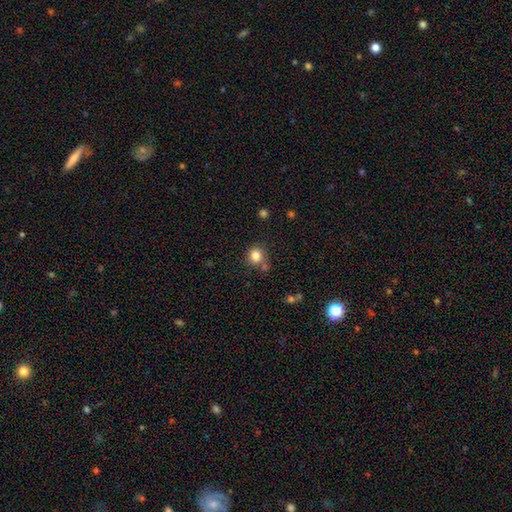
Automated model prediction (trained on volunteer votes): smooth 82%, star or artifact 12%, featured or disk 6%. Down the decision tree: how rounded — round (86%); merging — none (71%).